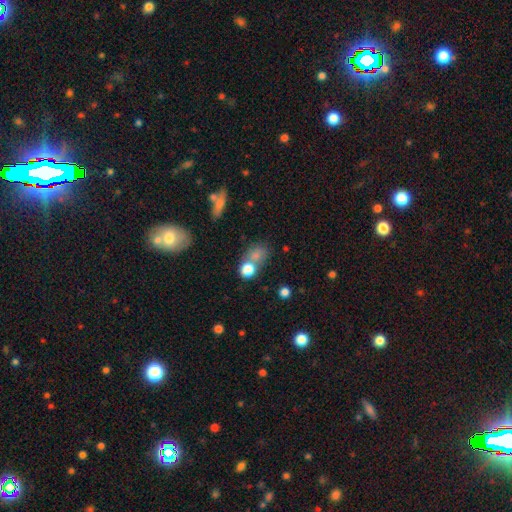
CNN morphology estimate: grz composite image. It shows a smooth galaxy with no disk features (73%) that is round (63%). Merging: none (44%).